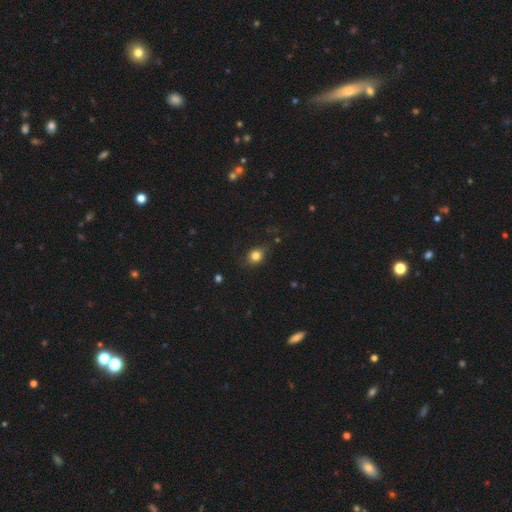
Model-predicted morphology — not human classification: Smooth or featured? smooth (82%)
How rounded? round (66%)
Merging? none (77%)